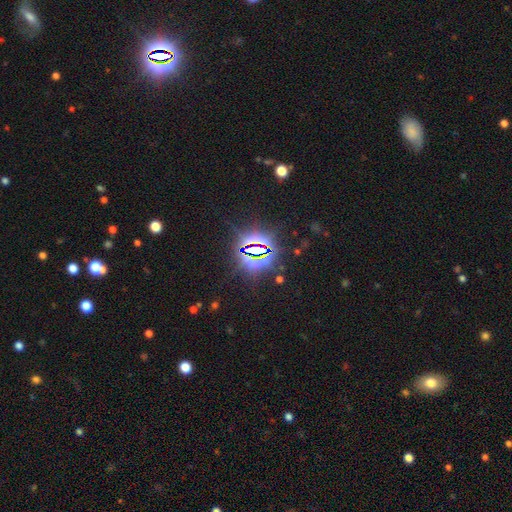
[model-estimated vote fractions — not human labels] smooth_or_featured: star or artifact (p=0.84) [alt: smooth p=0.09]